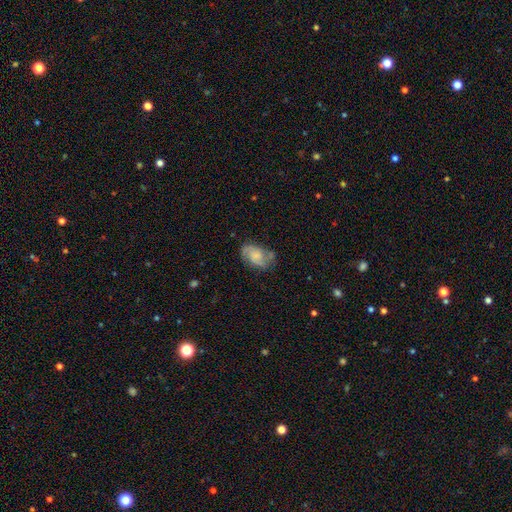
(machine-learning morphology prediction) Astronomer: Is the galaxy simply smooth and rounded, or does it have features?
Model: featured or disk — 60%.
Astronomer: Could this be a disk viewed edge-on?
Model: no — 97%.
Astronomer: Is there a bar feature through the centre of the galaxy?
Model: no — 66%.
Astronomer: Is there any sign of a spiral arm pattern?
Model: yes — 88%.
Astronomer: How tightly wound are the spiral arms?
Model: medium — 47% (runner-up: tight, 30%).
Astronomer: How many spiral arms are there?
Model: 2 — 78%.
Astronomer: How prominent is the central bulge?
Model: none — 32% (runner-up: small, 29%).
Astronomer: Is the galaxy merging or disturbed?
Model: none — 65%.